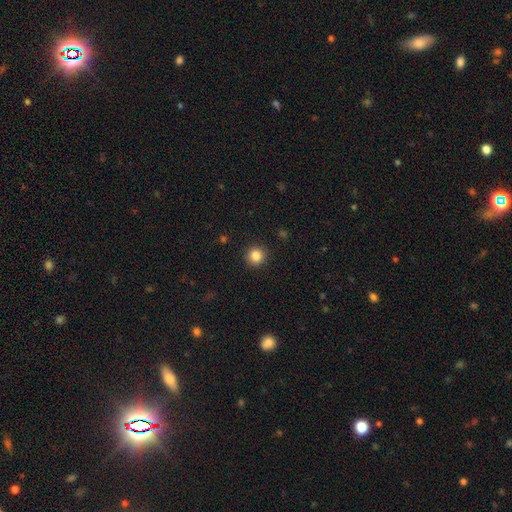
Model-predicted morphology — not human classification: smooth 84%, star or artifact 11%, featured or disk 5%. Down the decision tree: how rounded — round (94%); merging — none (92%).